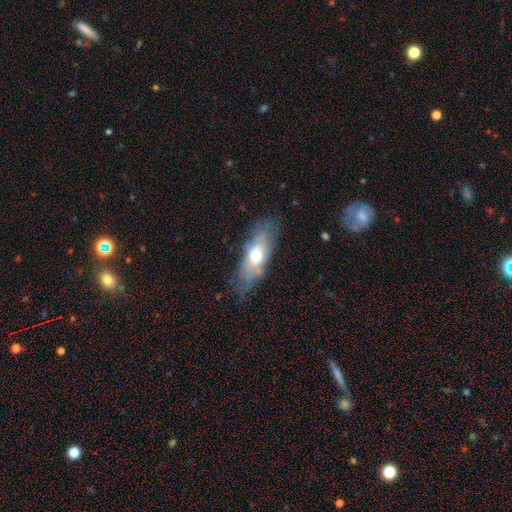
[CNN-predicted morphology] Smooth or featured: smooth — 49% (featured or disk — 44%)
Merging: none — 67% (minor disturbance — 23%)